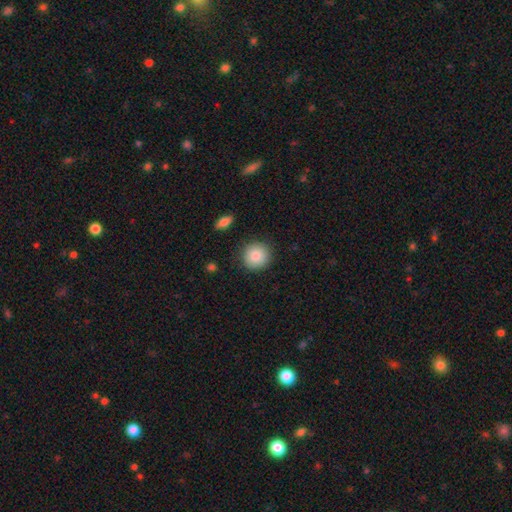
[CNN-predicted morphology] Smooth or featured? Predicted: smooth (p=0.85). How rounded? Predicted: round (p=0.91). Merging? Predicted: none (p=0.89).